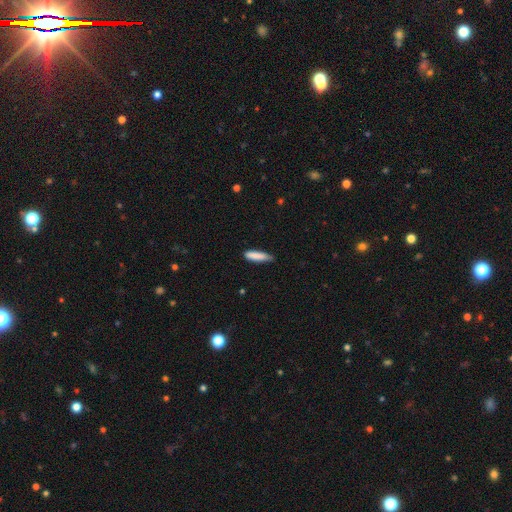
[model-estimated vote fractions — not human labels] Smooth or featured? smooth (86%)
How rounded? cigar-shaped (77%)
Merging? none (72%)